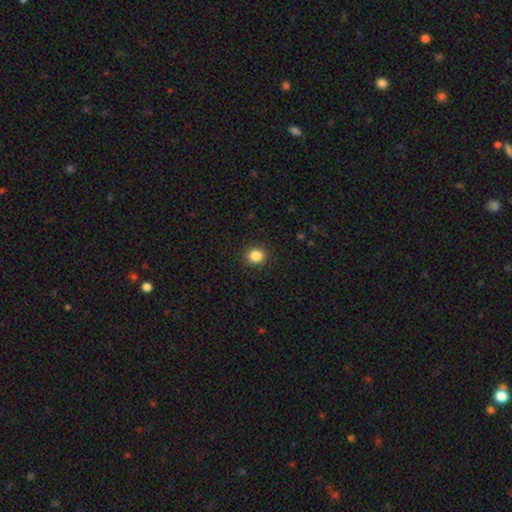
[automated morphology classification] A smooth galaxy with no disk features (86%) that is round (85%).

Vote fractions:
- Smooth or featured? smooth: 86% / star or artifact: 11% / featured or disk: 4%
- How rounded? round: 85% / in between: 14% / cigar-shaped: 1%
- Merging? none: 91% / minor disturbance: 6% / major disturbance: 2% / merger: 1%